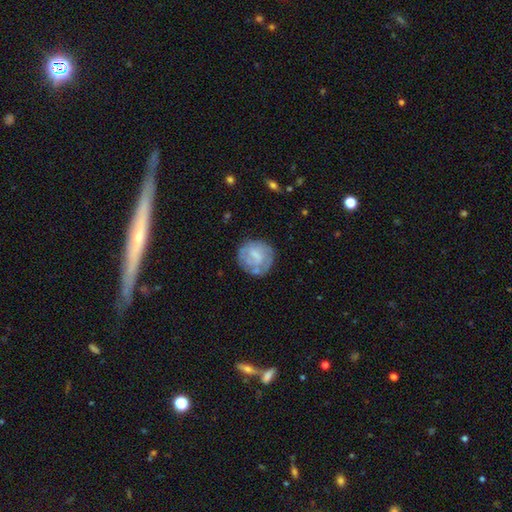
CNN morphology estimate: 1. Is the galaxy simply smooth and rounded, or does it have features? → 47% featured or disk, 46% smooth, 8% star or artifact.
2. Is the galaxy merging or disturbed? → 66% none, 21% minor disturbance, 10% major disturbance, 3% merger.